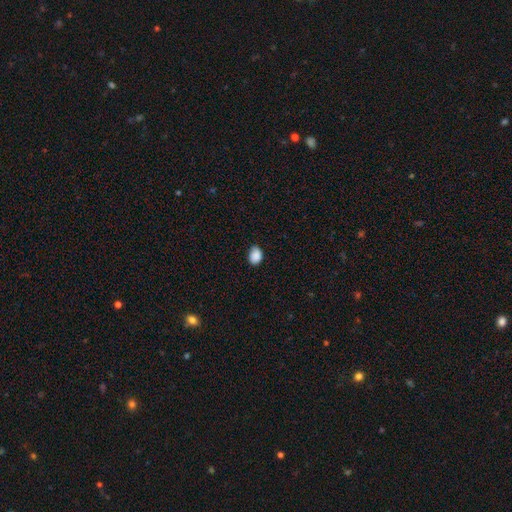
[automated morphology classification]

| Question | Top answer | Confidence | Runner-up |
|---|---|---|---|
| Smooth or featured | smooth | 89% | star or artifact (8%) |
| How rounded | in between | 74% | round (25%) |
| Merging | none | 80% | minor disturbance (17%) |